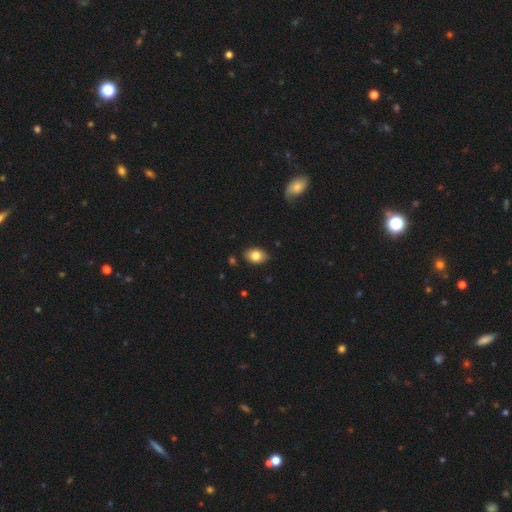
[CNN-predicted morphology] Smooth or featured? smooth (82%)
How rounded? in between (79%)
Merging? none (84%)